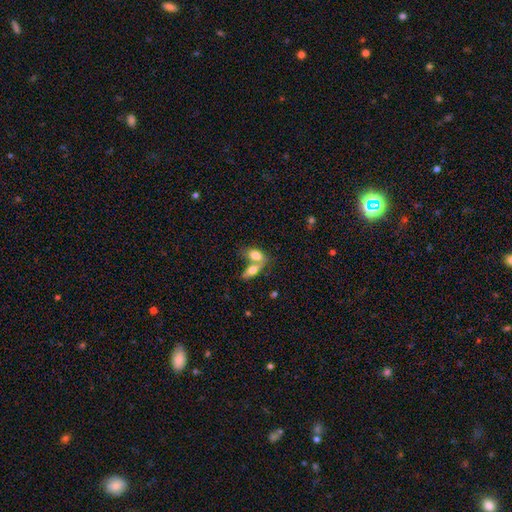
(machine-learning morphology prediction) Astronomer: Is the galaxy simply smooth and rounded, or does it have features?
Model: smooth — 74%.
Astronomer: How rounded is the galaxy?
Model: in between — 85%.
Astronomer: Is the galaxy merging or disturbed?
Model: merger — 62%.